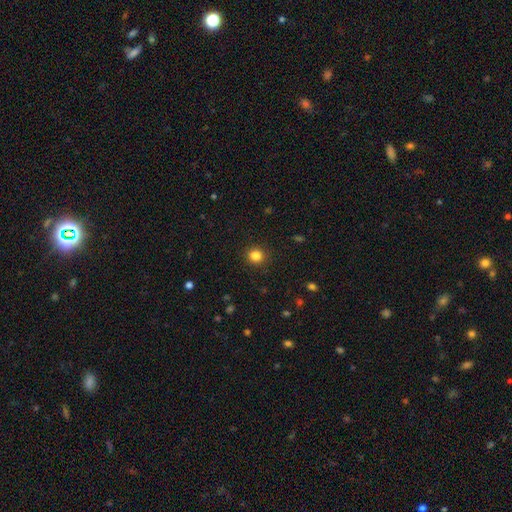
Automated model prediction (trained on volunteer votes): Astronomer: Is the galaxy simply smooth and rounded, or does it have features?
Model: smooth — 84%.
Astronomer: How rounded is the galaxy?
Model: round — 88%.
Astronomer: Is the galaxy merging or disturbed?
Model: none — 90%.